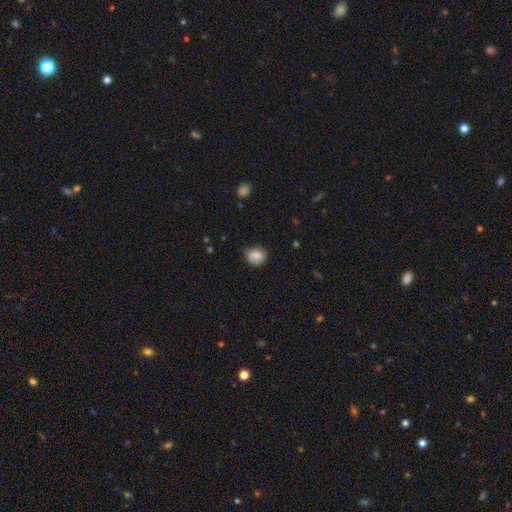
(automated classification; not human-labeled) Smooth or featured: smooth — 83% (star or artifact — 8%)
How rounded: round — 73% (in between — 26%)
Merging: none — 76% (minor disturbance — 19%)